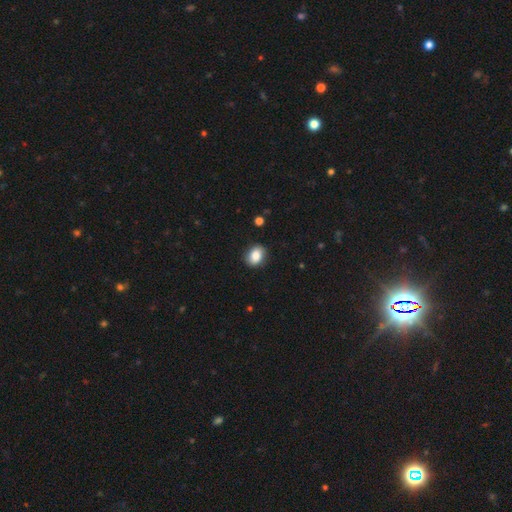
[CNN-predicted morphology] A smooth galaxy with no disk features (84%) that is in between round and cigar-shaped (55%).

Vote fractions:
- Smooth or featured? smooth: 84% / star or artifact: 8% / featured or disk: 8%
- How rounded? in between: 55% / round: 43% / cigar-shaped: 1%
- Merging? none: 88% / minor disturbance: 9% / major disturbance: 2% / merger: 1%